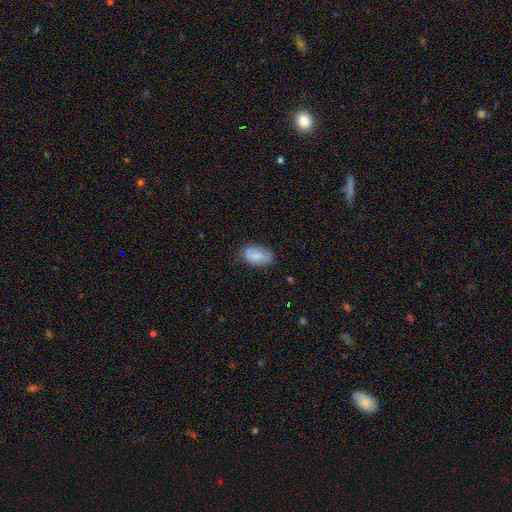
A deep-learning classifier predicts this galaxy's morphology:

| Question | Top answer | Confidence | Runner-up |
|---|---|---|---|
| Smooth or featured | smooth | 79% | featured or disk (14%) |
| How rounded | in between | 93% | round (5%) |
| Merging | none | 73% | minor disturbance (21%) |